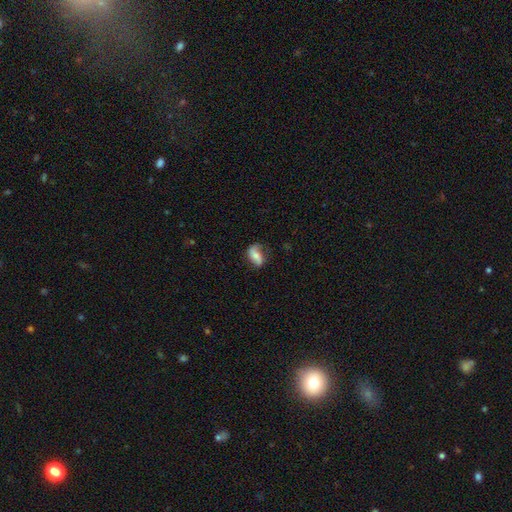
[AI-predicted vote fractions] A featured or disk galaxy (48%). Merging: none (60%).